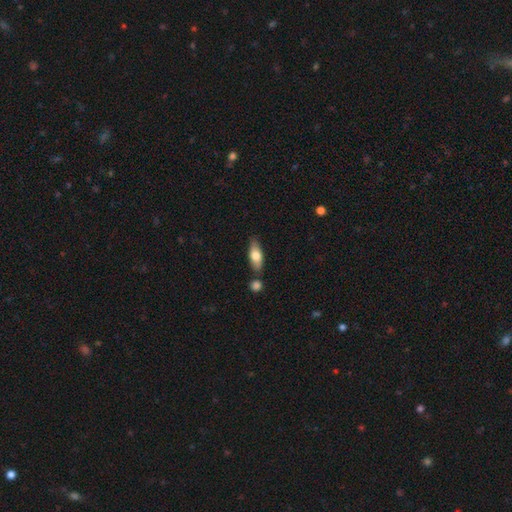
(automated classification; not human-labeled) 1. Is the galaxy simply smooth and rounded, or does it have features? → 69% smooth, 25% featured or disk, 6% star or artifact.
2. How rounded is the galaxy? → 68% in between, 29% cigar-shaped, 3% round.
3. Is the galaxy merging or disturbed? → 73% none, 14% minor disturbance, 10% merger, 3% major disturbance.